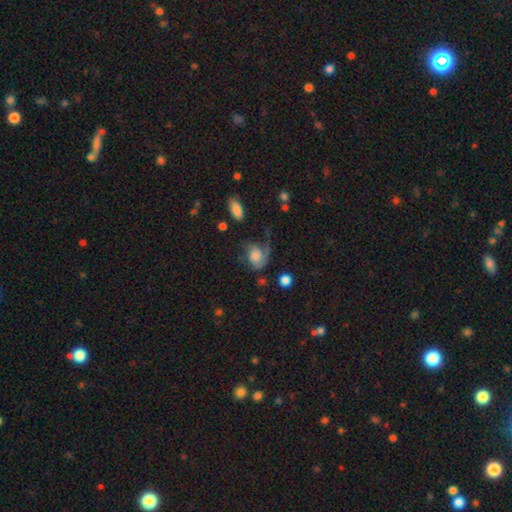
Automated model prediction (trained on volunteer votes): This is possibly a featured or disk galaxy (47%). Merging: marginally major disturbance (44%).